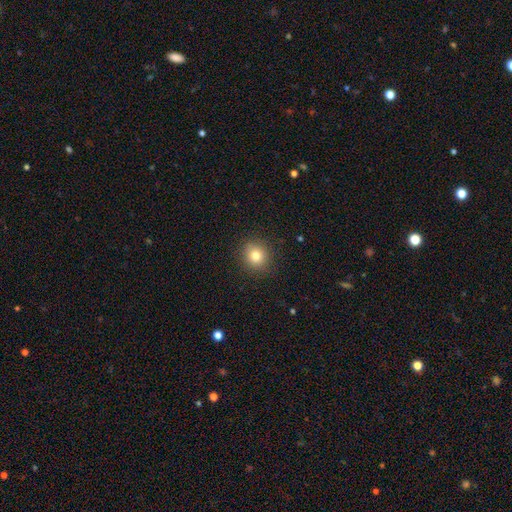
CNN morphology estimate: This appears to be a smooth galaxy with no disk features (81%) that is round (83%). Merging: none (89%).